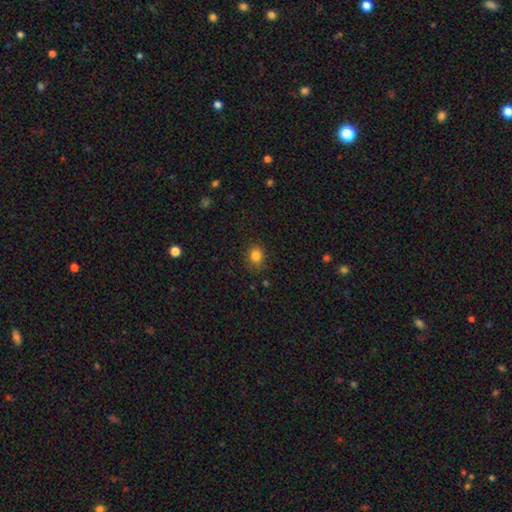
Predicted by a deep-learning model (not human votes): smooth-or-featured: smooth: 83% | star or artifact: 12% | featured or disk: 5%
  how-rounded: round: 57% | in between: 42% | cigar-shaped: 1%
  merging: none: 81% | minor disturbance: 14% | major disturbance: 4% | merger: 1%